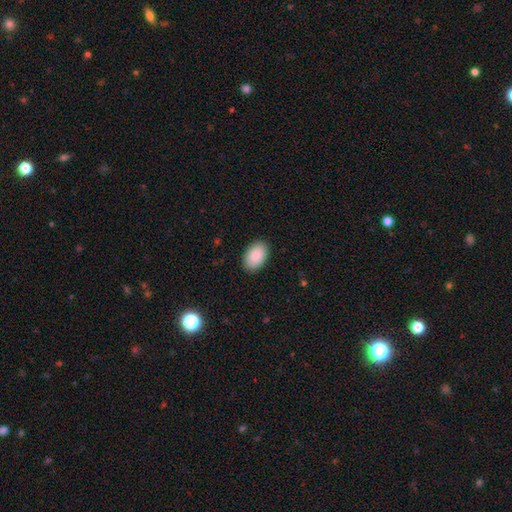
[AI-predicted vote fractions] This is clearly a smooth galaxy (91%). How rounded: clearly in between (92%). Merging: clearly none (89%).